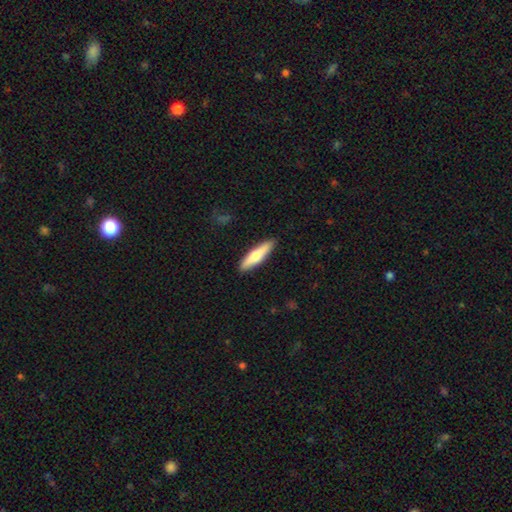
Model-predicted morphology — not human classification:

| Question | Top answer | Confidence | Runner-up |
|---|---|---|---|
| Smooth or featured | smooth | 64% | featured or disk (31%) |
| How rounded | cigar-shaped | 77% | in between (21%) |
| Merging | none | 90% | minor disturbance (7%) |